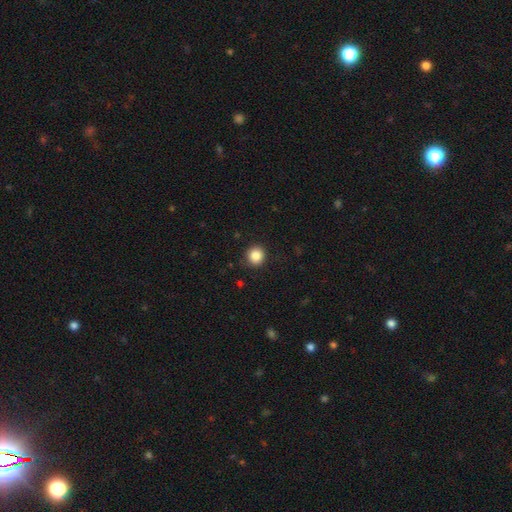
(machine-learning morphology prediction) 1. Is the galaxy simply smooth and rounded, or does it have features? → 86% smooth, 10% star or artifact, 4% featured or disk.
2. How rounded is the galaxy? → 92% round, 7% in between, 1% cigar-shaped.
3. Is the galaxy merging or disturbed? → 89% none, 7% minor disturbance, 2% major disturbance, 1% merger.